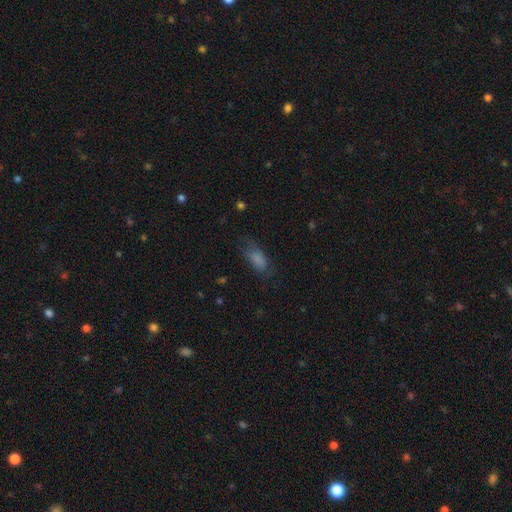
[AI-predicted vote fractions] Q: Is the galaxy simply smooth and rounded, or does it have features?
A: smooth — 65%.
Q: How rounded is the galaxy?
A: in between — 76%.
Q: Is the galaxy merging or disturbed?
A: none — 66%.